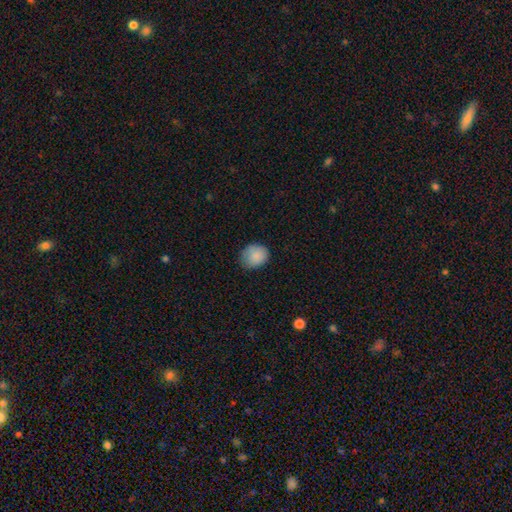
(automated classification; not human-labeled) Smooth or featured?
  - smooth: 86% *
  - star or artifact: 8%
  - featured or disk: 5%
How rounded?
  - round: 64% *
  - in between: 35%
  - cigar-shaped: 1%
Merging?
  - none: 73% *
  - minor disturbance: 22%
  - major disturbance: 4%
  - merger: 1%